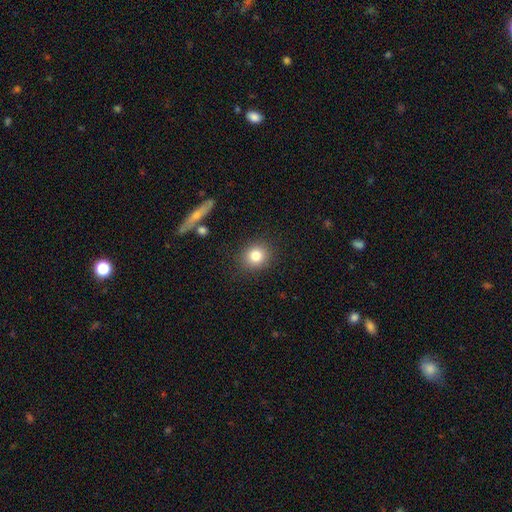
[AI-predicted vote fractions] Q: Smooth or featured?
A: smooth (81%); runner-up: star or artifact (11%)
Q: How rounded?
A: round (83%); runner-up: in between (16%)
Q: Merging?
A: none (88%); runner-up: minor disturbance (8%)